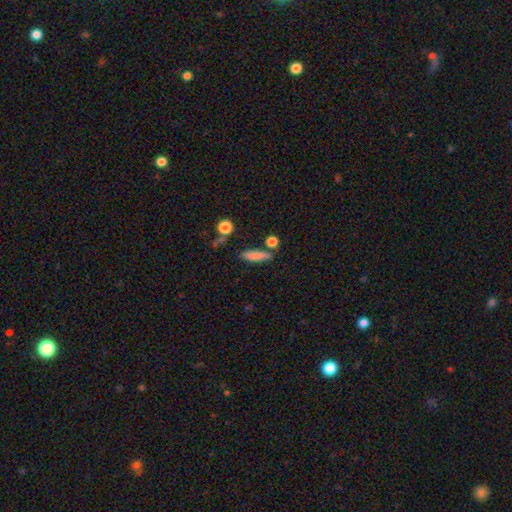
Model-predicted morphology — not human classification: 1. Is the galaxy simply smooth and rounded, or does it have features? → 80% smooth, 11% featured or disk, 9% star or artifact.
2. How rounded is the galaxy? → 60% cigar-shaped, 35% in between, 5% round.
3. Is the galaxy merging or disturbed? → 73% none, 15% minor disturbance, 8% merger, 4% major disturbance.